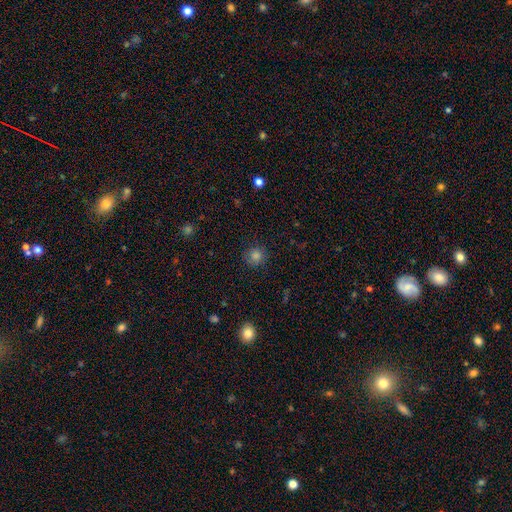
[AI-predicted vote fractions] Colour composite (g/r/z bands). It shows a smooth galaxy with no disk features (79%) that is round (90%). Merging: none (86%).